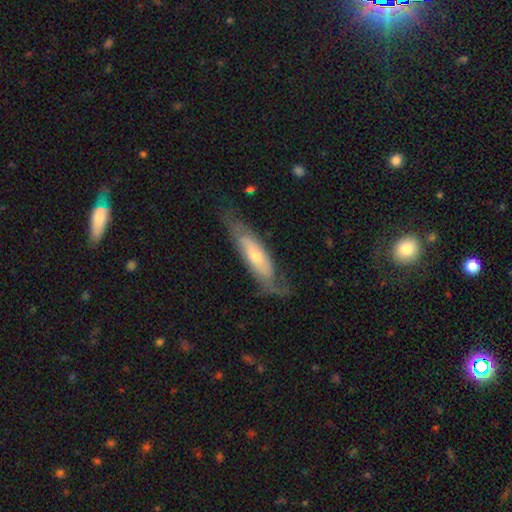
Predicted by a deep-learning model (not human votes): Smooth or featured: featured or disk — 57% (smooth — 37%)
Edge-on disk: no — 64% (yes — 36%)
Merging: none — 62% (minor disturbance — 24%)